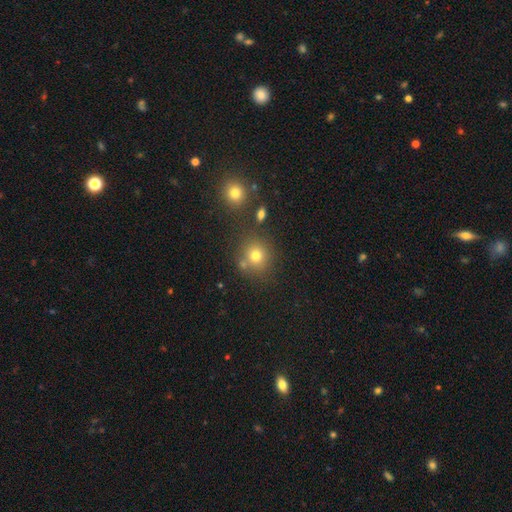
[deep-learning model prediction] smooth_or_featured: smooth (p=0.75) [alt: star or artifact p=0.16]
how_rounded: round (p=0.86) [alt: in between p=0.13]
merging: none (p=0.73) [alt: merger p=0.13]